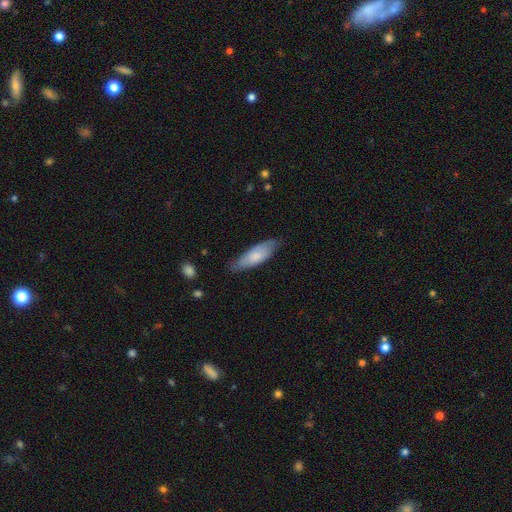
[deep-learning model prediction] smooth 71%, featured or disk 24%, star or artifact 5%. Down the decision tree: how rounded — in between (58%); merging — none (71%).